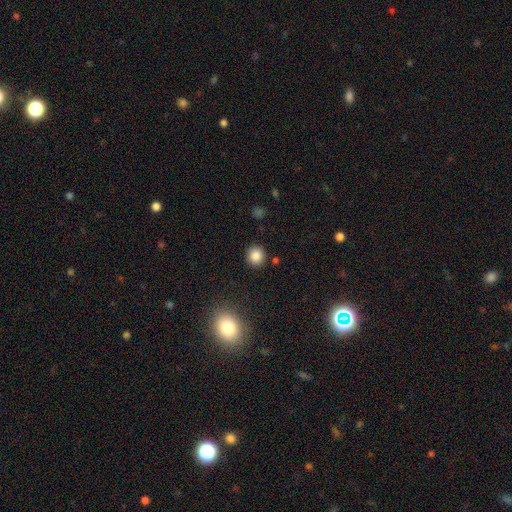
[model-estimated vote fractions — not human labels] Smooth or featured? smooth (85%)
How rounded? round (89%)
Merging? none (89%)